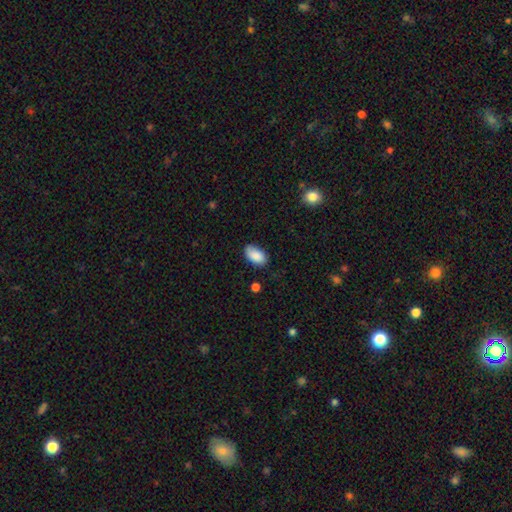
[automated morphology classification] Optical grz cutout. It shows a smooth galaxy with no disk features (89%) that is in between round and cigar-shaped (94%). Merging: none (79%).